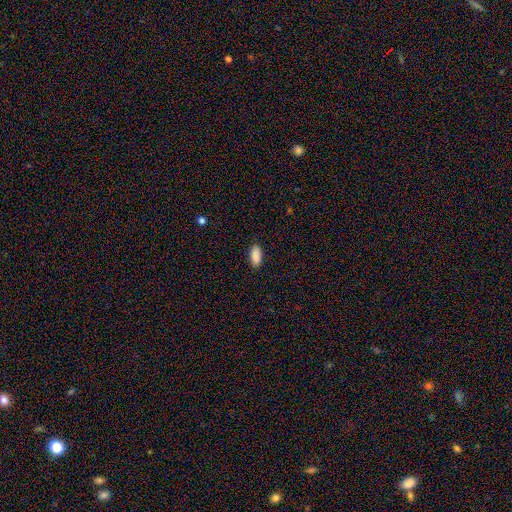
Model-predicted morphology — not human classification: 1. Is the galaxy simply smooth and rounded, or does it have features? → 90% smooth, 7% star or artifact, 3% featured or disk.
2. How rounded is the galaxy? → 90% in between, 8% cigar-shaped, 2% round.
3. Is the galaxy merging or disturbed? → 89% none, 8% minor disturbance, 2% major disturbance, 1% merger.